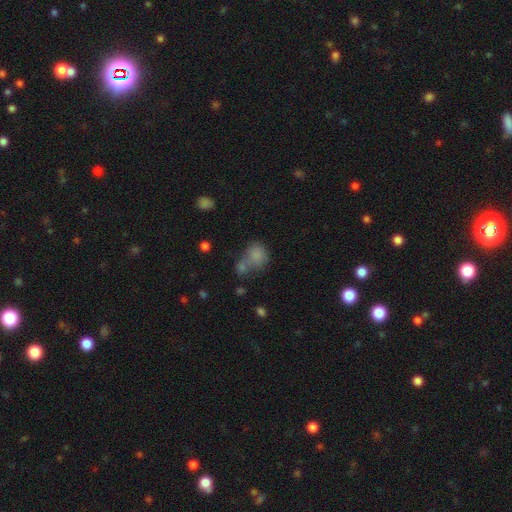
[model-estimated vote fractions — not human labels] Overall: smooth (78%). How rounded: round (54%; in between 44%). Merging: merger (44%; none 32%).